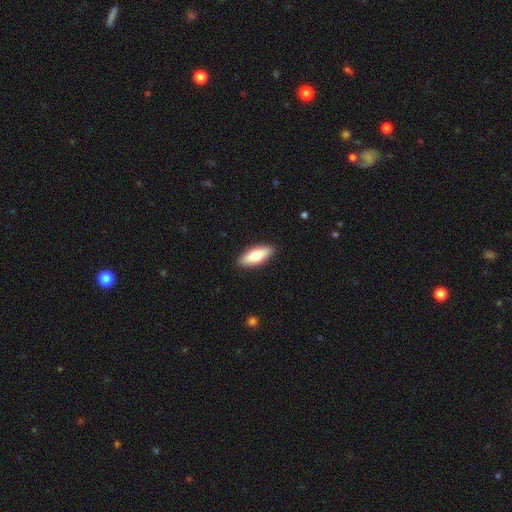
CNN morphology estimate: Q: Smooth or featured?
A: smooth (74%); runner-up: featured or disk (20%)
Q: How rounded?
A: in between (73%); runner-up: cigar-shaped (25%)
Q: Merging?
A: none (90%); runner-up: minor disturbance (8%)